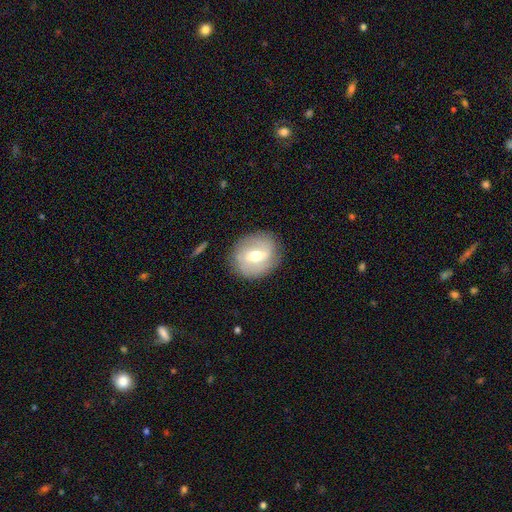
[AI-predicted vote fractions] Smooth or featured: featured or disk — 56% (smooth — 37%)
Edge-on disk: no — 93% (yes — 7%)
Bar: weak — 48% (strong — 32%)
Spiral arms: yes — 55% (no — 45%)
Bulge size: moderate — 72% (small — 18%)
Merging: none — 83% (minor disturbance — 11%)